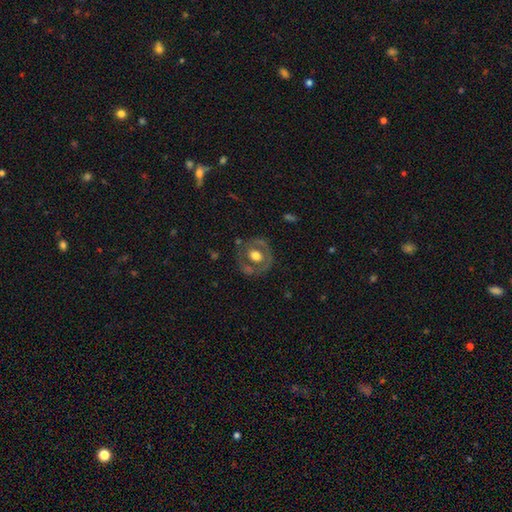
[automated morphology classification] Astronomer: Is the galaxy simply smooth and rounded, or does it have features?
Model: featured or disk — 51% (runner-up: smooth, 42%).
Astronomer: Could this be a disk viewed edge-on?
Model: no — 95%.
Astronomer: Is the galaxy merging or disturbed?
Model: none — 70%.